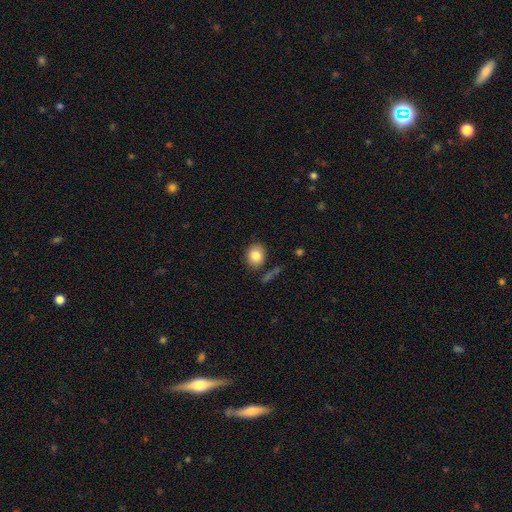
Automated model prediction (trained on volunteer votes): Smooth or featured?
  - smooth: 82% *
  - featured or disk: 9%
  - star or artifact: 9%
How rounded?
  - round: 55% *
  - in between: 43%
  - cigar-shaped: 1%
Merging?
  - none: 80% *
  - minor disturbance: 13%
  - merger: 4%
  - major disturbance: 3%